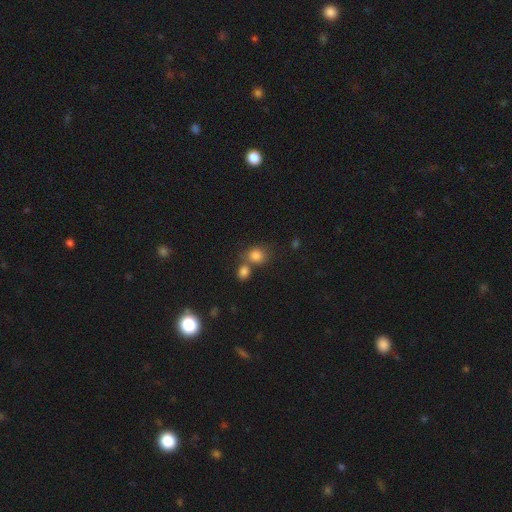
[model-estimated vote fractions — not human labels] The model was most divided on "merging": none: 49%, merger: 37%, minor disturbance: 10%, major disturbance: 4%. More confident: smooth or featured — smooth (82%); how rounded — round (68%).